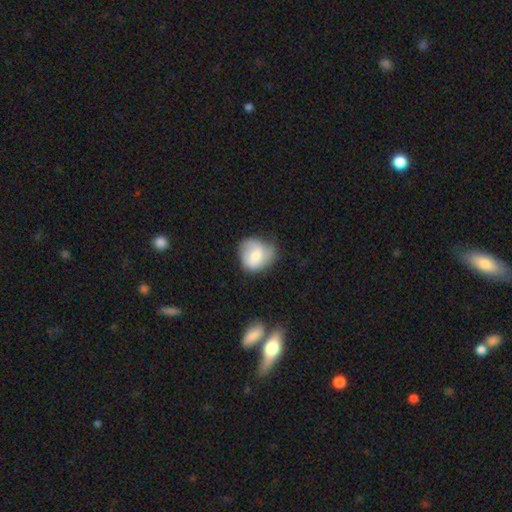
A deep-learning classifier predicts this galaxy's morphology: This appears to be a smooth galaxy with no disk features (62%) that is round (73%). Merging: none (51%).